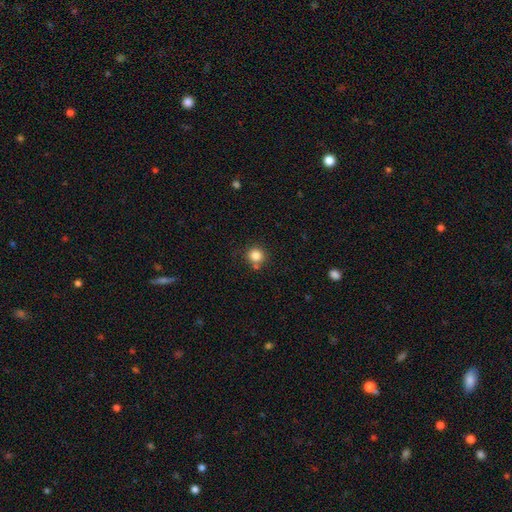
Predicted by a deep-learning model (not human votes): smooth_or_featured: smooth (p=0.84) [alt: star or artifact p=0.11]
how_rounded: round (p=0.91) [alt: in between p=0.09]
merging: none (p=0.76) [alt: minor disturbance p=0.10]